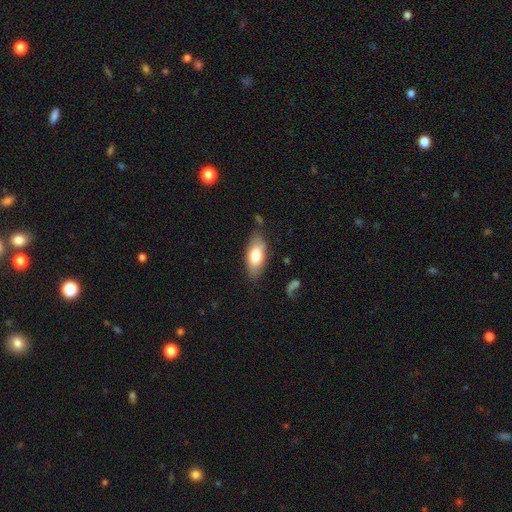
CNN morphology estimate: Overall: smooth (74%). How rounded: in between (87%). Merging: none (77%).